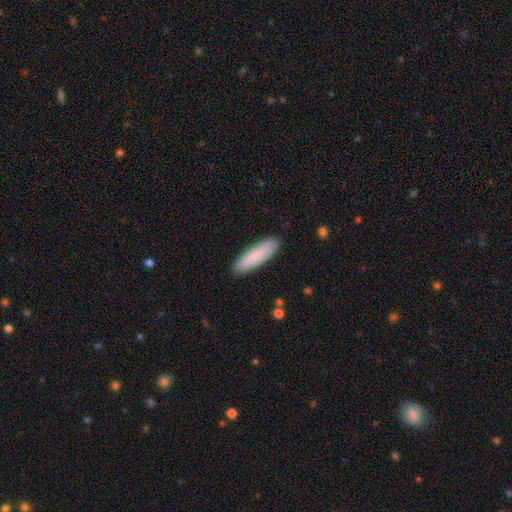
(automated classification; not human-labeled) smooth-or-featured: smooth: 79% | featured or disk: 16% | star or artifact: 5%
  how-rounded: cigar-shaped: 57% | in between: 41% | round: 2%
  merging: none: 89% | minor disturbance: 8% | major disturbance: 2% | merger: 1%